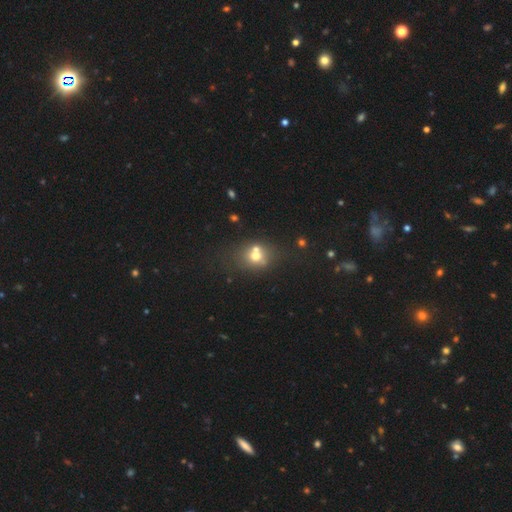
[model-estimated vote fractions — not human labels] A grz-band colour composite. It shows a smooth galaxy with no disk features (61%) that is round (63%). Merging: none (44%).